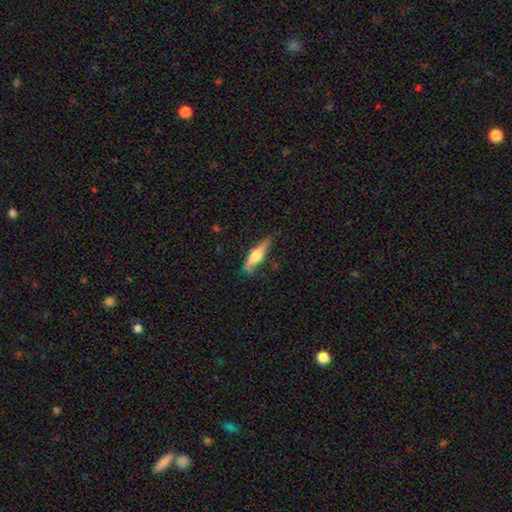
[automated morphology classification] smooth 56%, featured or disk 37%, star or artifact 6%. Down the decision tree: how rounded — cigar-shaped (70%); merging — none (69%).